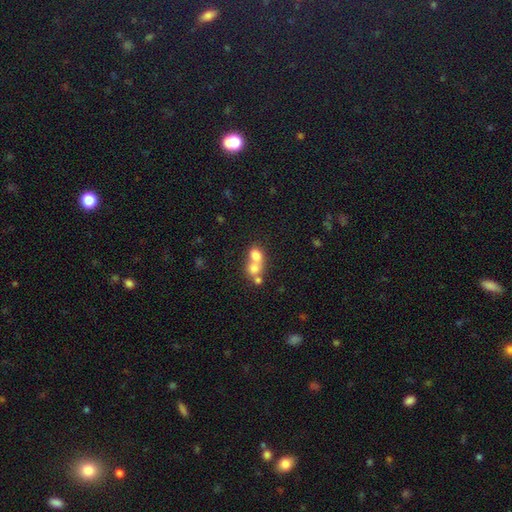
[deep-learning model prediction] Morphology: type=smooth (70%); roundness=round (57%); merging=merger (69%).